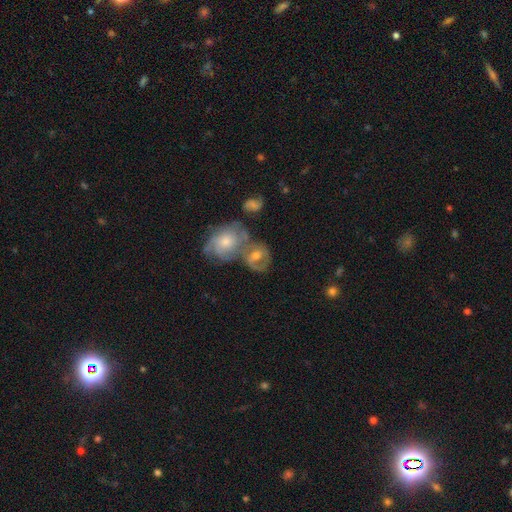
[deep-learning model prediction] Morphology: type=featured or disk (57%); edge-on=no (96%); bar=no (63%); spiral arms=yes (67%); bulge=moderate (63%); merging=merger (49%).